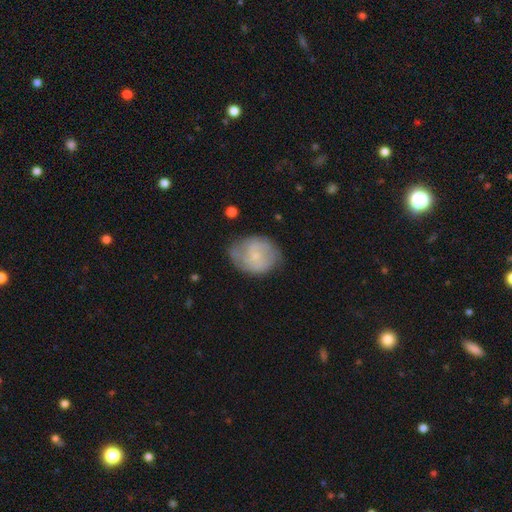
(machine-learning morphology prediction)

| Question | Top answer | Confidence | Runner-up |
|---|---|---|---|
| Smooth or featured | featured or disk | 62% | smooth (31%) |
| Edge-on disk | no | 98% | yes (2%) |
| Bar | no | 68% | weak (28%) |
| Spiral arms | yes | 86% | no (14%) |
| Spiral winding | tight | 43% | medium (42%) |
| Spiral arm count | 2 | 55% | can't tell (26%) |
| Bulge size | small | 76% | moderate (16%) |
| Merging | none | 65% | minor disturbance (25%) |